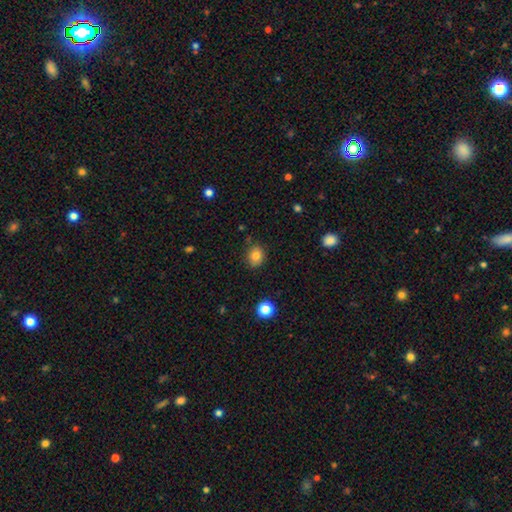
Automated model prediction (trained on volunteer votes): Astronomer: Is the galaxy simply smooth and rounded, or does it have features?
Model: smooth — 82%.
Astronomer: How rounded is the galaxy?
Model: round — 56% (runner-up: in between, 43%).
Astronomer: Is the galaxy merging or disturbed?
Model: none — 81%.